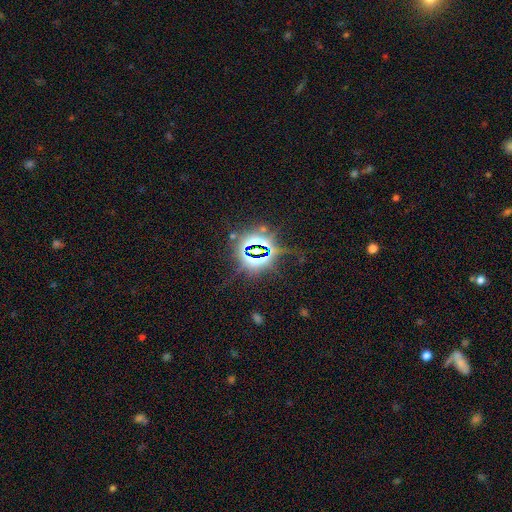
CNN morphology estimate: smooth_or_featured: star or artifact (p=0.82) [alt: smooth p=0.09]